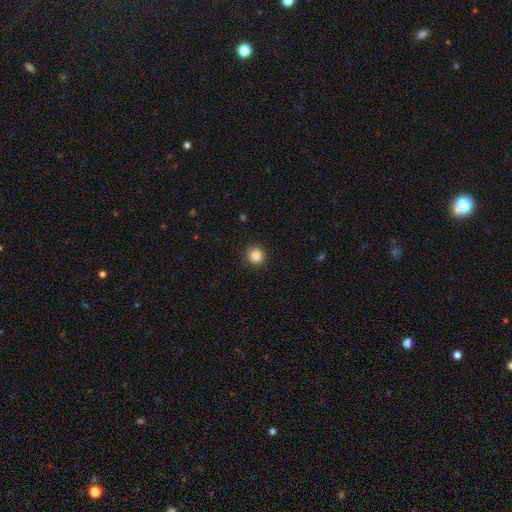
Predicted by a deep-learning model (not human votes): smooth_or_featured: smooth (p=0.84) [alt: star or artifact p=0.11]
how_rounded: round (p=0.95) [alt: in between p=0.04]
merging: none (p=0.92) [alt: minor disturbance p=0.06]